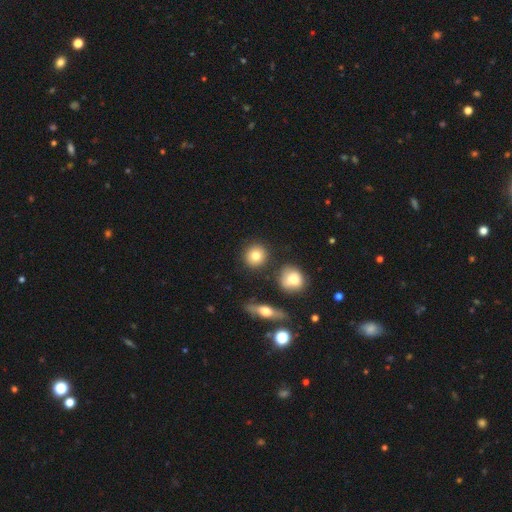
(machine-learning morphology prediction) smooth-or-featured: smooth: 80% | featured or disk: 11% | star or artifact: 10%
  how-rounded: round: 88% | in between: 11% | cigar-shaped: 1%
  merging: none: 85% | minor disturbance: 7% | merger: 5% | major disturbance: 3%